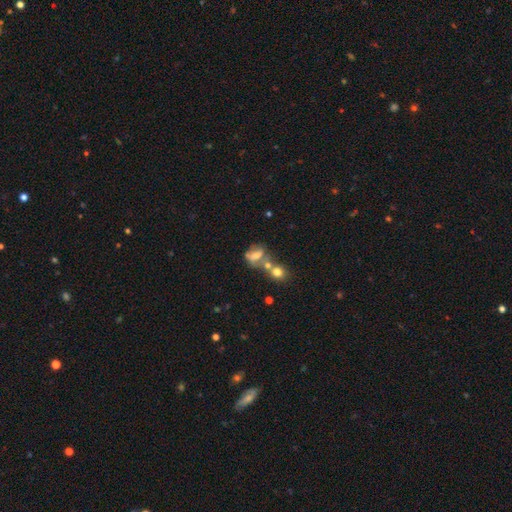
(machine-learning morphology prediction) Overall: smooth (52%; featured or disk 34%). How rounded: in between (58%; round 38%). Merging: merger (42%; none 31%).